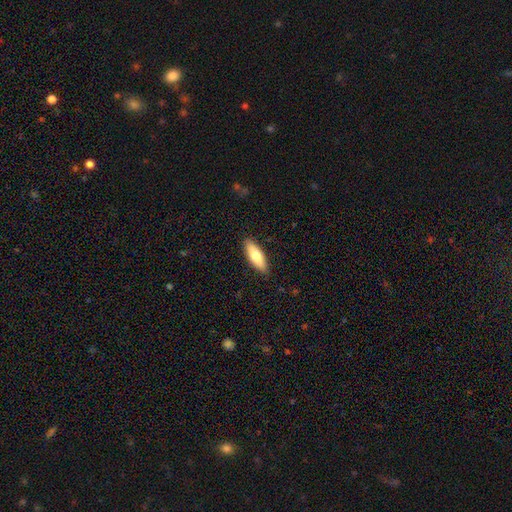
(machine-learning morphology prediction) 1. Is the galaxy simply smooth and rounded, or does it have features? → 72% smooth, 23% featured or disk, 6% star or artifact.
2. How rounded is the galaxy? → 59% in between, 39% cigar-shaped, 2% round.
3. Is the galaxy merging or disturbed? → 89% none, 9% minor disturbance, 2% major disturbance, 1% merger.